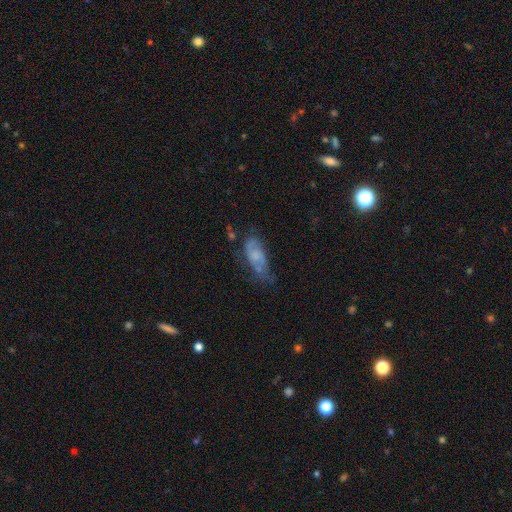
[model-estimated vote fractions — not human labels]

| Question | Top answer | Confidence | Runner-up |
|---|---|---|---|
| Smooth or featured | featured or disk | 48% | smooth (42%) |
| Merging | none | 43% | minor disturbance (30%) |